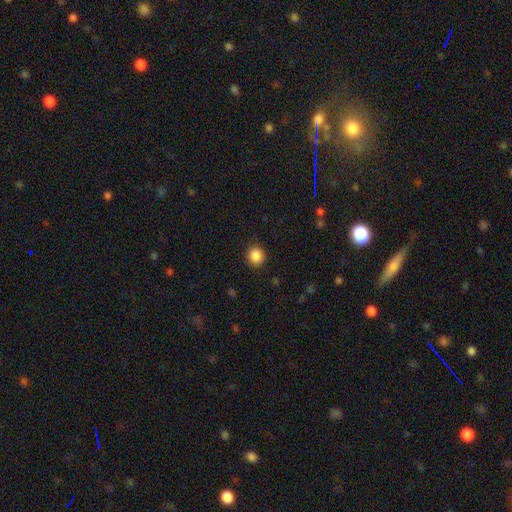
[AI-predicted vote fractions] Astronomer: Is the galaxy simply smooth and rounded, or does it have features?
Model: smooth — 87%.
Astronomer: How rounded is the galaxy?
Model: round — 86%.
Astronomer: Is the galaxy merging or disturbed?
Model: none — 90%.